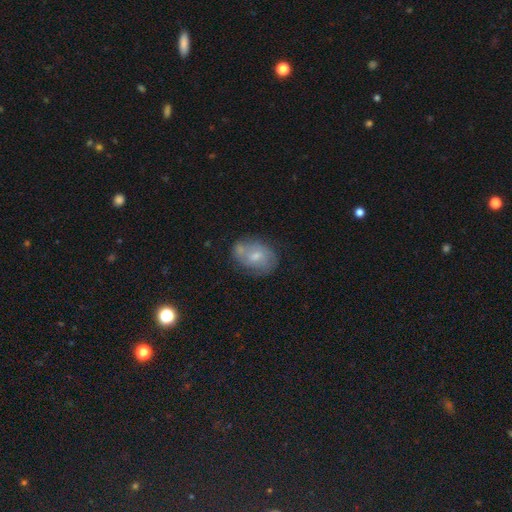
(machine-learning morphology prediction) smooth-or-featured: smooth: 46% | featured or disk: 45% | star or artifact: 8%
  merging: none: 55% | minor disturbance: 24% | merger: 13% | major disturbance: 9%